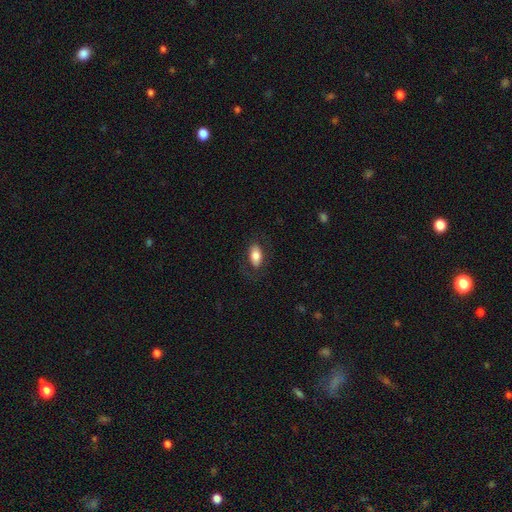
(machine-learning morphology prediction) Smooth or featured? Predicted: smooth (p=0.77). How rounded? Predicted: in between (p=0.92). Merging? Predicted: none (p=0.78).